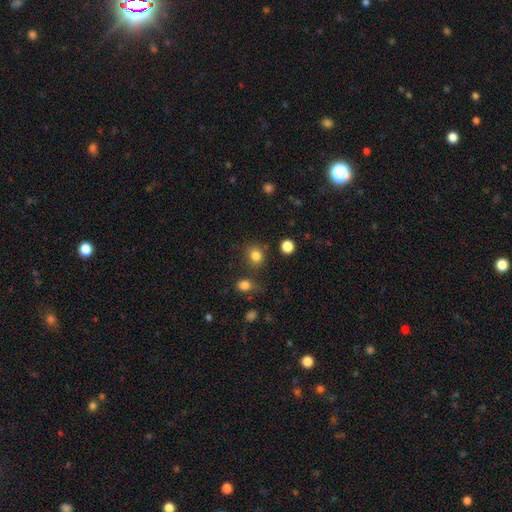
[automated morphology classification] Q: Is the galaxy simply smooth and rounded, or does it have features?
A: smooth — 82%.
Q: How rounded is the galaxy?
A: round — 75%.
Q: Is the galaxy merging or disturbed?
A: none — 76%.